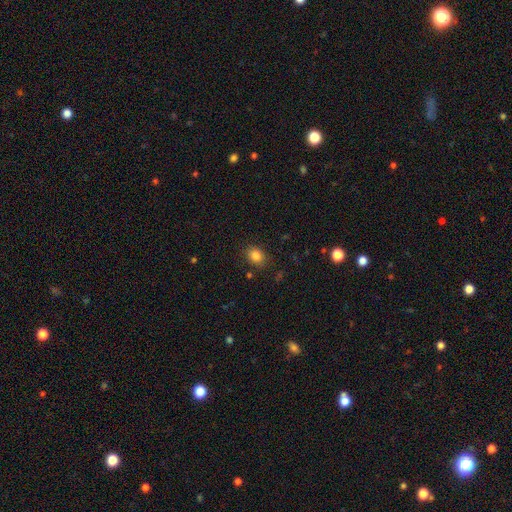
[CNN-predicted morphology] Overall: smooth (84%). How rounded: in between (53%; round 46%). Merging: none (84%).